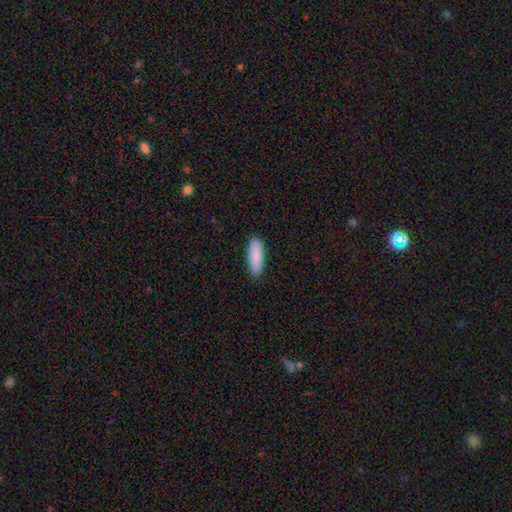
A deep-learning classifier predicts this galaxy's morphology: A smooth galaxy with no disk features (89%) that is in between round and cigar-shaped (57%). Merging: none (88%).